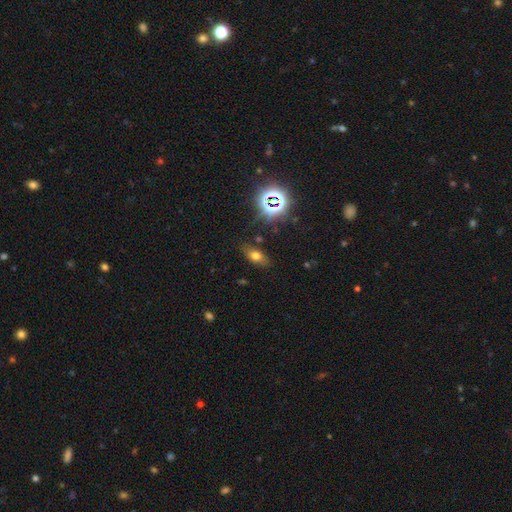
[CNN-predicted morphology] Smooth or featured? Predicted: smooth (p=0.62). How rounded? Predicted: in between (p=0.81). Merging? Predicted: none (p=0.79).